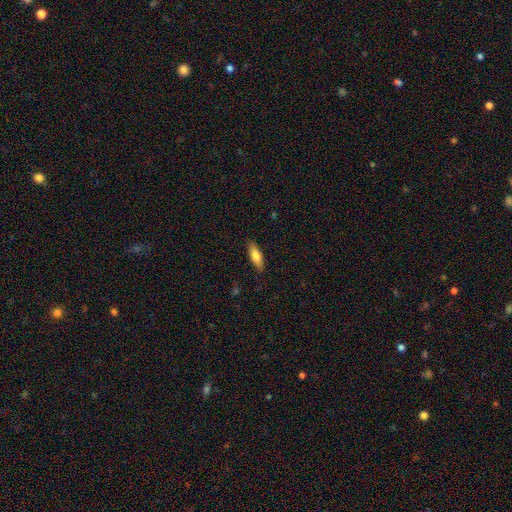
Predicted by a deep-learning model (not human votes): The model was most divided on "how rounded": in between: 59%, cigar-shaped: 39%, round: 2%. More confident: merging — none (86%); smooth or featured — smooth (76%).